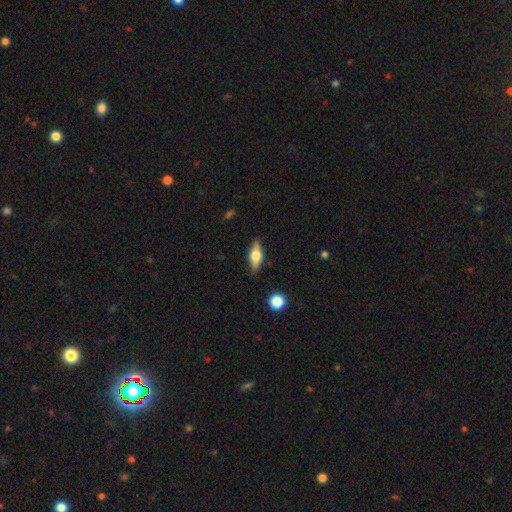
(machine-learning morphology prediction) type=smooth (53%); roundness=in between (70%); merging=none (85%).